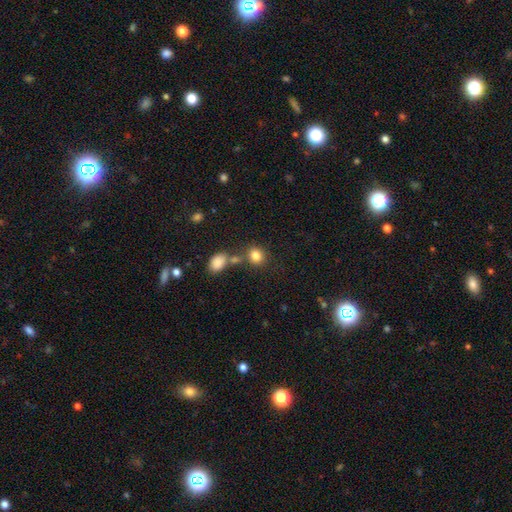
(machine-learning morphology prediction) smooth 82%, star or artifact 11%, featured or disk 6%. Down the decision tree: how rounded — round (65%); merging — none (65%).